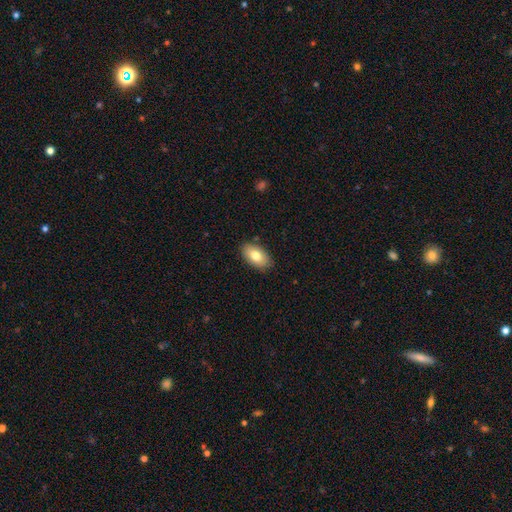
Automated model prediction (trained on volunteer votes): A smooth galaxy with no disk features (78%) that is in between round and cigar-shaped (93%). Merging: none (86%).